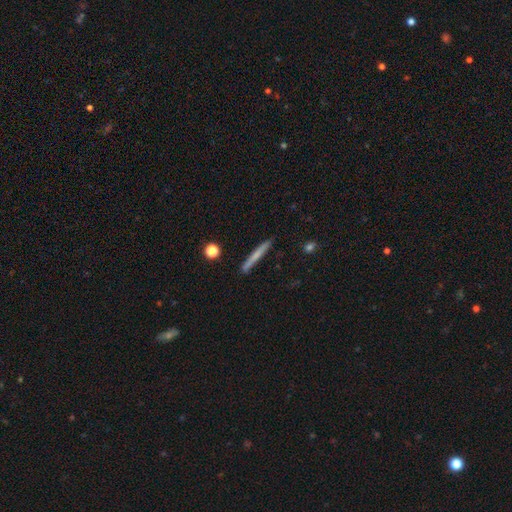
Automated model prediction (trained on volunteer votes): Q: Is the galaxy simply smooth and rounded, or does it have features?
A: smooth — 58%.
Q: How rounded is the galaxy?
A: cigar-shaped — 96%.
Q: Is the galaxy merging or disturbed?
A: none — 87%.